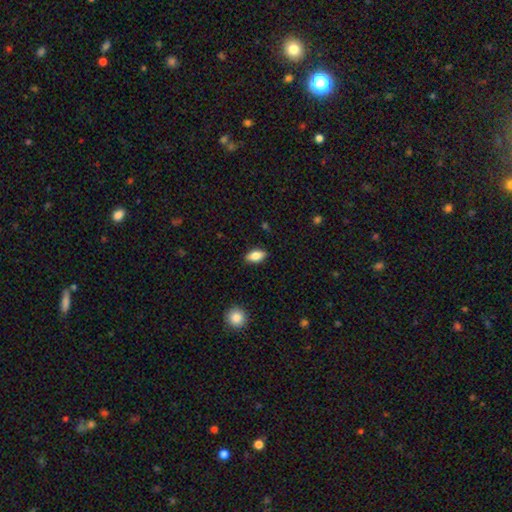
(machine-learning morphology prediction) Smooth or featured? smooth (78%)
How rounded? in between (88%)
Merging? none (87%)